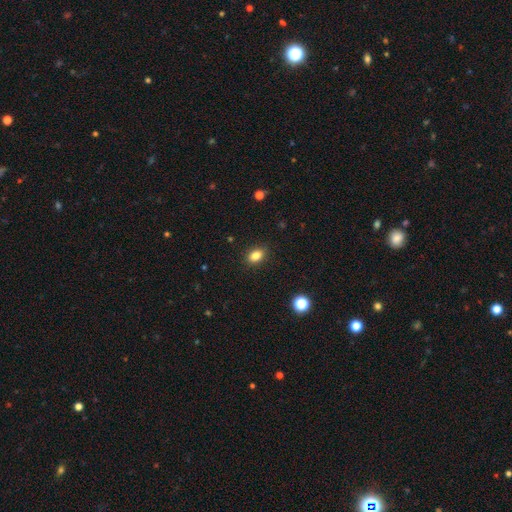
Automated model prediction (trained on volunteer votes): Smooth or featured: smooth — 83% (star or artifact — 11%)
How rounded: in between — 76% (round — 22%)
Merging: none — 88% (minor disturbance — 9%)